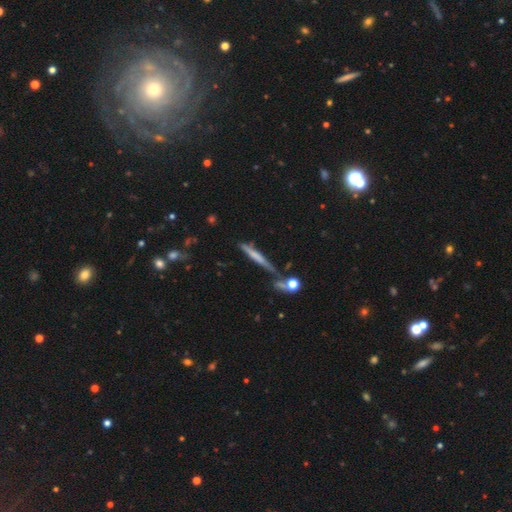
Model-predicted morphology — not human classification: Overall: smooth (52%; featured or disk 40%). How rounded: cigar-shaped (92%). Merging: none (55%; minor disturbance 20%).